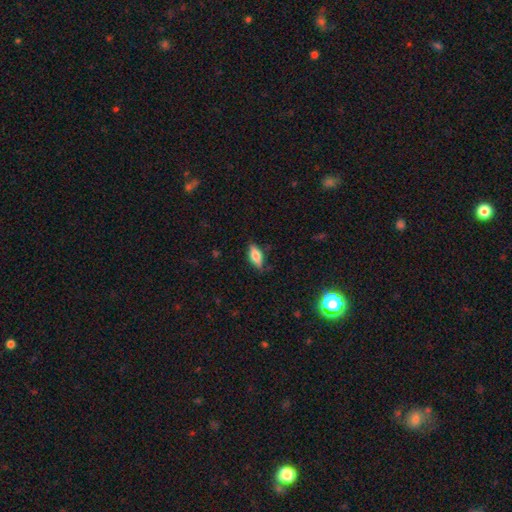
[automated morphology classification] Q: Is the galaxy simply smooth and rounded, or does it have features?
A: smooth — 73%.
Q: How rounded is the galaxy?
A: in between — 82%.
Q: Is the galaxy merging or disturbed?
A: none — 76%.